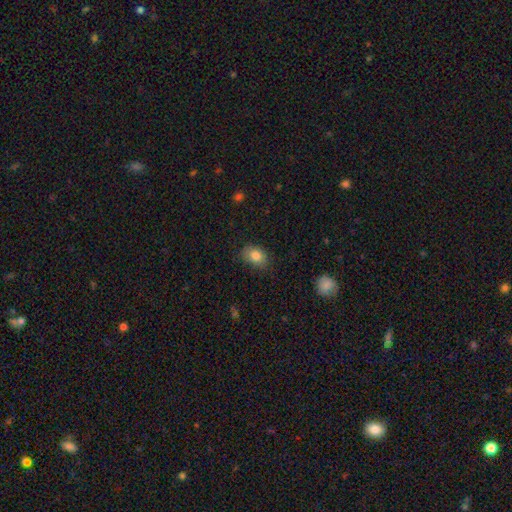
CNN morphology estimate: Smooth or featured? Predicted: smooth (p=0.83). How rounded? Predicted: in between (p=0.74). Merging? Predicted: none (p=0.78).